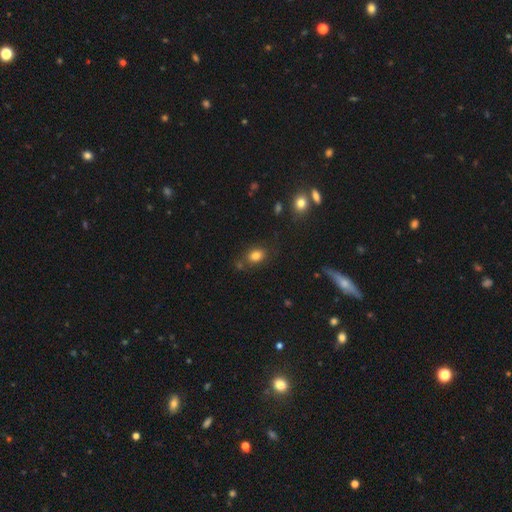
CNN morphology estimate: This appears to be a smooth galaxy with no disk features (81%) that is in between round and cigar-shaped (67%). Merging: none (74%).